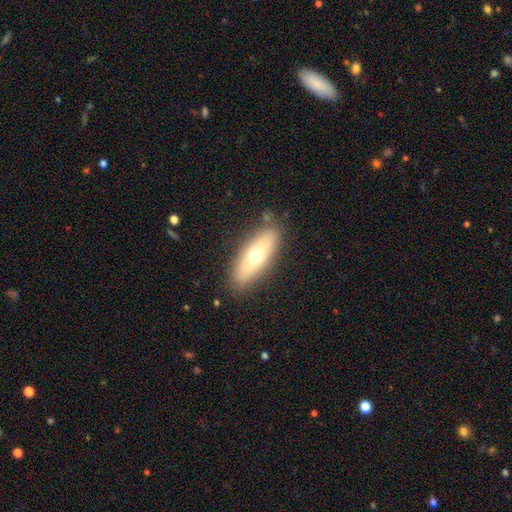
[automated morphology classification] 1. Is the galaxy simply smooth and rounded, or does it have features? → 58% smooth, 35% featured or disk, 7% star or artifact.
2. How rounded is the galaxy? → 61% in between, 37% cigar-shaped, 3% round.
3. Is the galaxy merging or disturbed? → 86% none, 10% minor disturbance, 3% major disturbance, 2% merger.